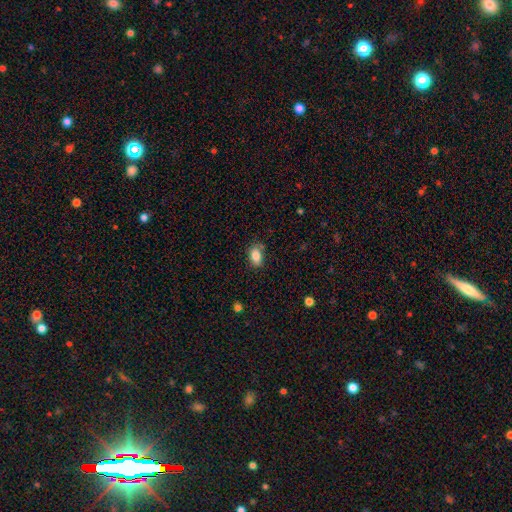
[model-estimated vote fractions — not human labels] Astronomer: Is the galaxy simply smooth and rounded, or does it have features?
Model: smooth — 85%.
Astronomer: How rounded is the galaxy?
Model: in between — 89%.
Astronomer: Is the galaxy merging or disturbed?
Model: none — 75%.